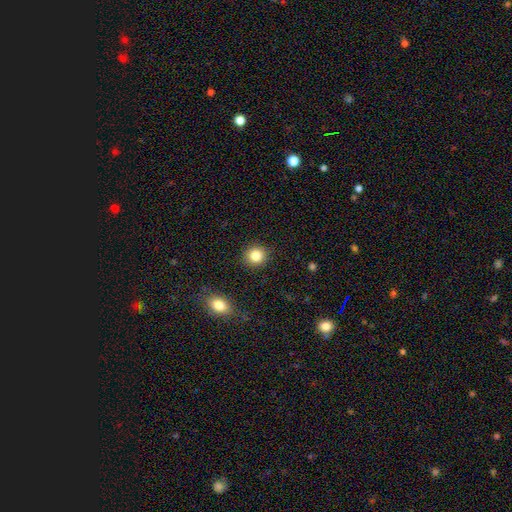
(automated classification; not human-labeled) Smooth or featured? Predicted: smooth (p=0.84). How rounded? Predicted: round (p=0.88). Merging? Predicted: none (p=0.90).